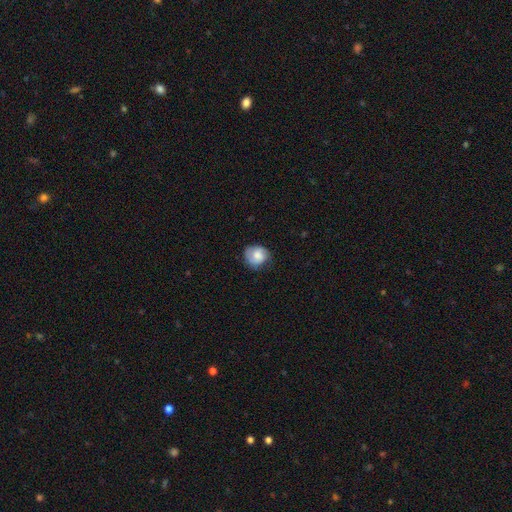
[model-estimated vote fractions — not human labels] Morphology: type=smooth (69%); roundness=round (77%); merging=none (64%).